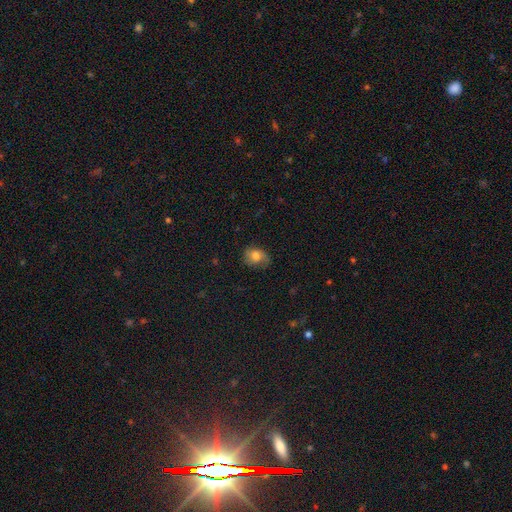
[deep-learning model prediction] This is likely a smooth galaxy (72%). How rounded: possibly in between (59%). Merging: likely none (63%).